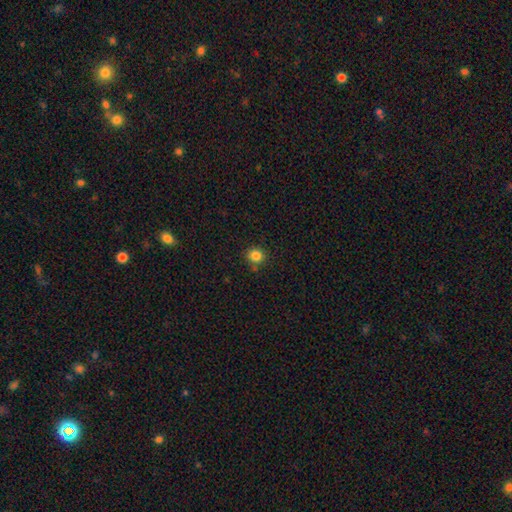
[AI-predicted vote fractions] Smooth or featured? smooth (83%)
How rounded? round (89%)
Merging? none (85%)